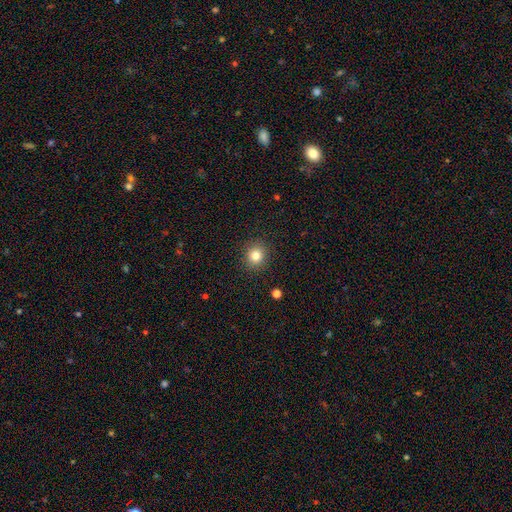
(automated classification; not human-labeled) A smooth galaxy with no disk features (81%) that is round (85%). Merging: none (90%).